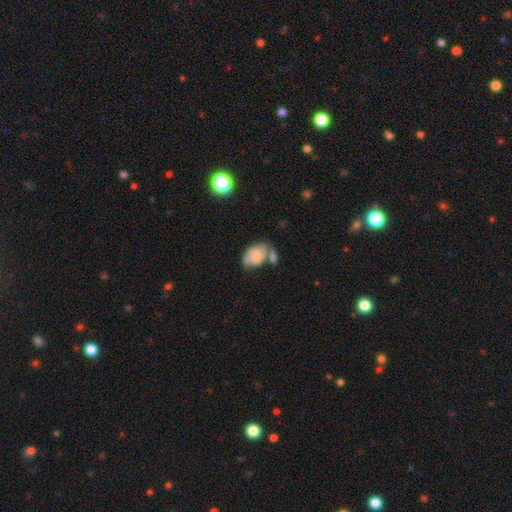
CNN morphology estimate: smooth 58%, featured or disk 33%, star or artifact 8%. Down the decision tree: how rounded — in between (85%); merging — none (35%).